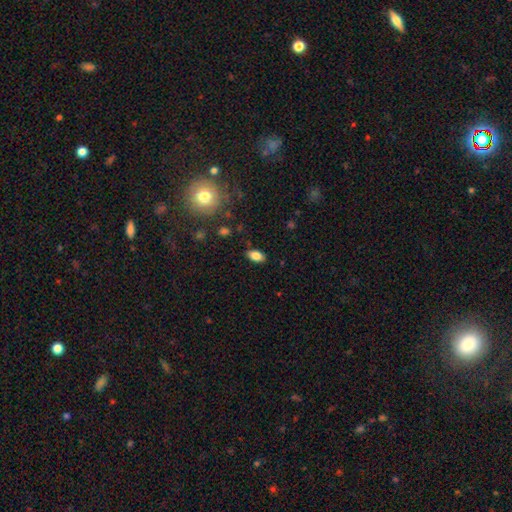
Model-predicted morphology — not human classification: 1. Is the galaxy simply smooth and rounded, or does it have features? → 83% smooth, 9% star or artifact, 8% featured or disk.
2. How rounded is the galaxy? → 91% in between, 6% round, 4% cigar-shaped.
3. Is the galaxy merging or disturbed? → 86% none, 10% minor disturbance, 3% major disturbance, 1% merger.